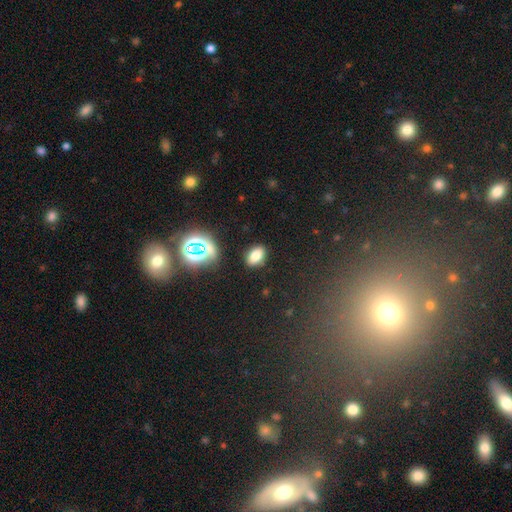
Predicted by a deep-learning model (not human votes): smooth-or-featured: smooth: 74% | star or artifact: 18% | featured or disk: 8%
  how-rounded: in between: 86% | round: 11% | cigar-shaped: 3%
  merging: none: 87% | minor disturbance: 9% | major disturbance: 3% | merger: 2%